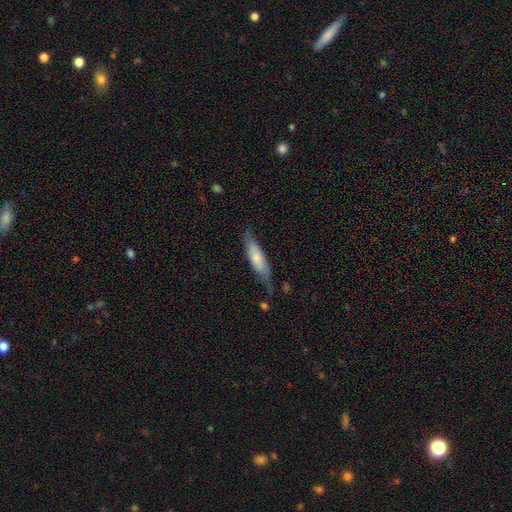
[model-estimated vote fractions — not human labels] Q: Smooth or featured?
A: smooth (56%); runner-up: featured or disk (37%)
Q: How rounded?
A: cigar-shaped (61%); runner-up: in between (37%)
Q: Merging?
A: none (59%); runner-up: minor disturbance (28%)